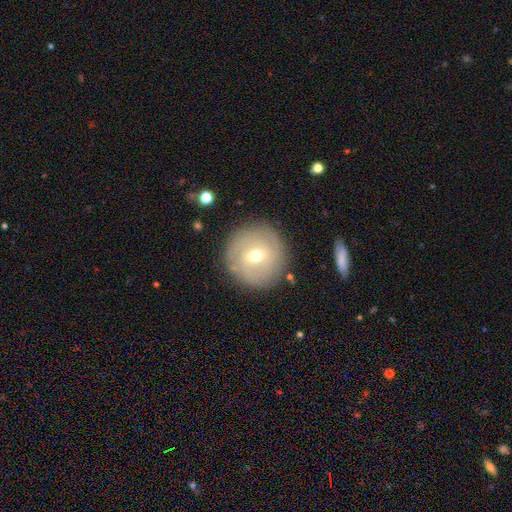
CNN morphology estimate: Smooth or featured: featured or disk — 51% (smooth — 40%)
Edge-on disk: no — 95% (yes — 5%)
Merging: none — 85% (minor disturbance — 9%)